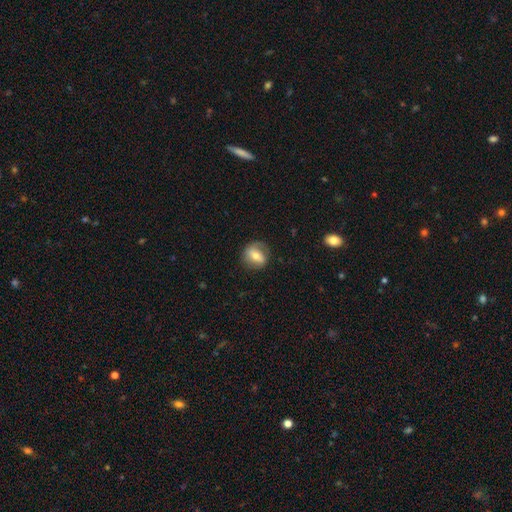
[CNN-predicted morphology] The model was most divided on "smooth or featured": smooth: 54%, featured or disk: 38%, star or artifact: 8%. More confident: merging — none (72%); how rounded — round (62%).